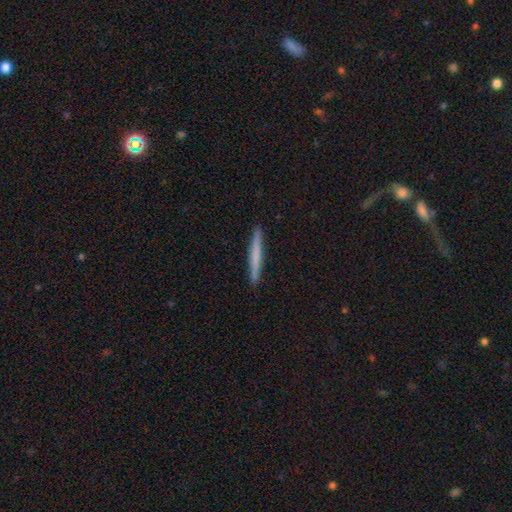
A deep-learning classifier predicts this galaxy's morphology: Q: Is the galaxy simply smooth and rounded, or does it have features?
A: smooth — 62%.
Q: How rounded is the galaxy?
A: cigar-shaped — 97%.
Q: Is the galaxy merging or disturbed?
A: none — 93%.